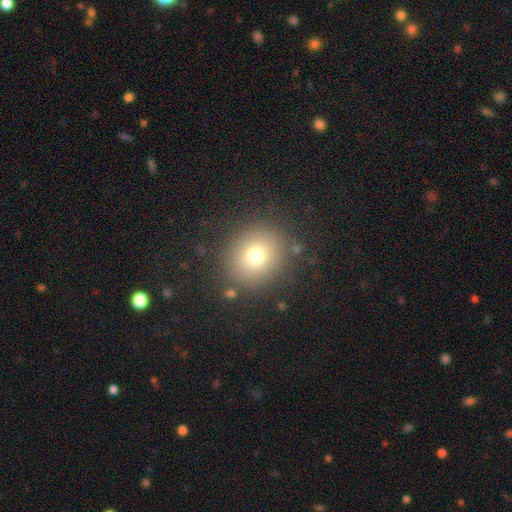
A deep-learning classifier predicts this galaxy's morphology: smooth-or-featured: smooth: 73% | star or artifact: 16% | featured or disk: 11%
  how-rounded: round: 78% | in between: 21% | cigar-shaped: 1%
  merging: none: 85% | minor disturbance: 8% | major disturbance: 4% | merger: 2%